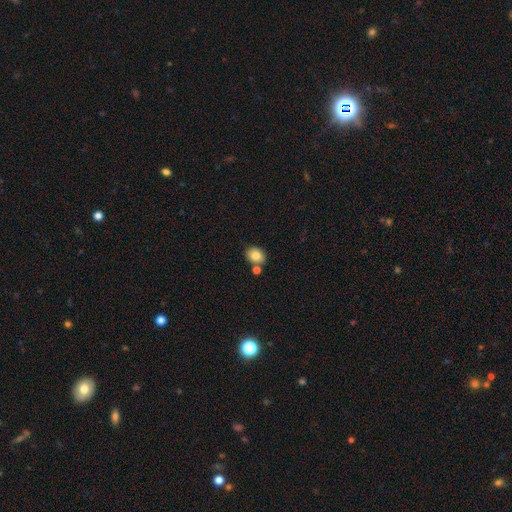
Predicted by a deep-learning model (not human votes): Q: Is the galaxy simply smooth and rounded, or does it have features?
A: smooth — 83%.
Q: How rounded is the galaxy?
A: in between — 59%.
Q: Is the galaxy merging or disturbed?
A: none — 71%.